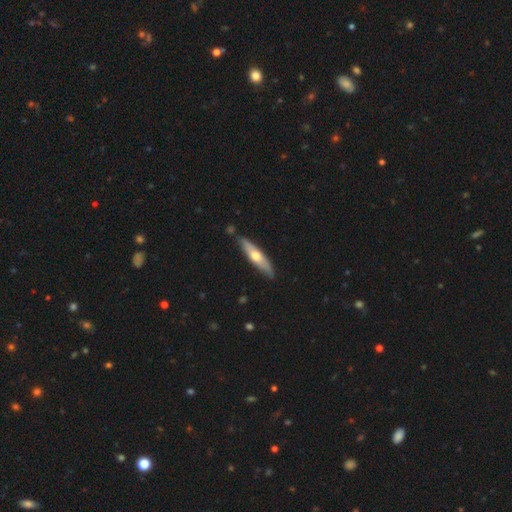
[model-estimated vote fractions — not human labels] A featured or disk galaxy (48%). Merging: none (82%).